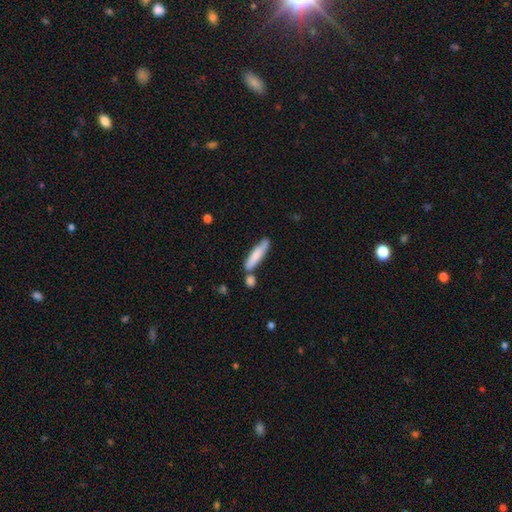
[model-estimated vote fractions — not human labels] Overall: smooth (76%). How rounded: cigar-shaped (84%). Merging: none (67%).